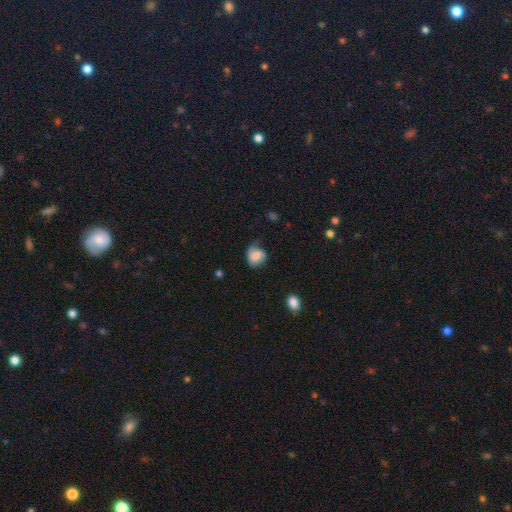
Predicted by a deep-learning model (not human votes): A smooth galaxy with no disk features (54%) that is round (58%).

Vote fractions:
- Smooth or featured? smooth: 54% / featured or disk: 39% / star or artifact: 8%
- How rounded? round: 58% / in between: 41% / cigar-shaped: 1%
- Merging? none: 45% / minor disturbance: 32% / major disturbance: 21% / merger: 2%